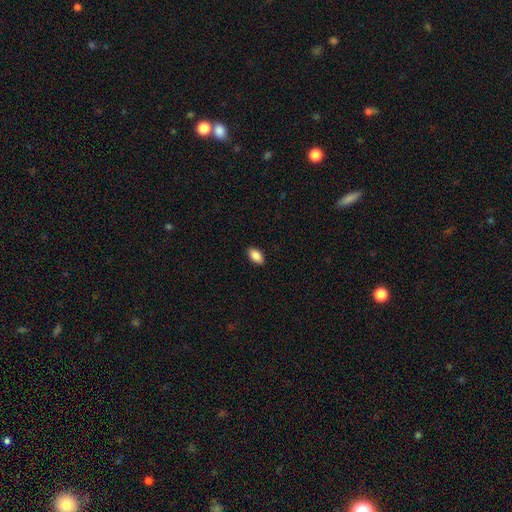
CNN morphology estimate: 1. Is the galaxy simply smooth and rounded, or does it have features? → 88% smooth, 7% star or artifact, 4% featured or disk.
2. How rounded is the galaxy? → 93% in between, 4% round, 3% cigar-shaped.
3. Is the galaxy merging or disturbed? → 90% none, 8% minor disturbance, 2% major disturbance, 1% merger.